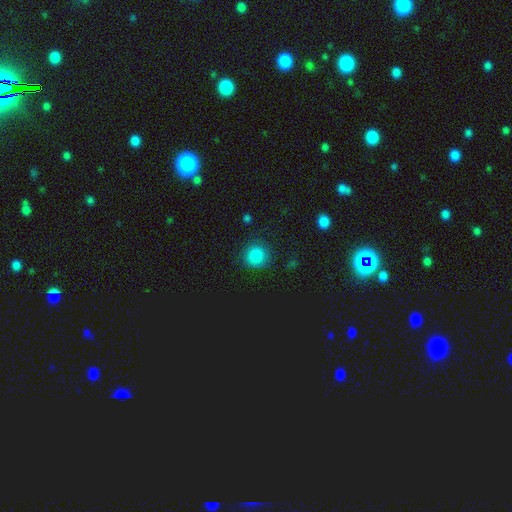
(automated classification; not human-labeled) Overall: smooth (84%). How rounded: round (89%). Merging: none (83%).